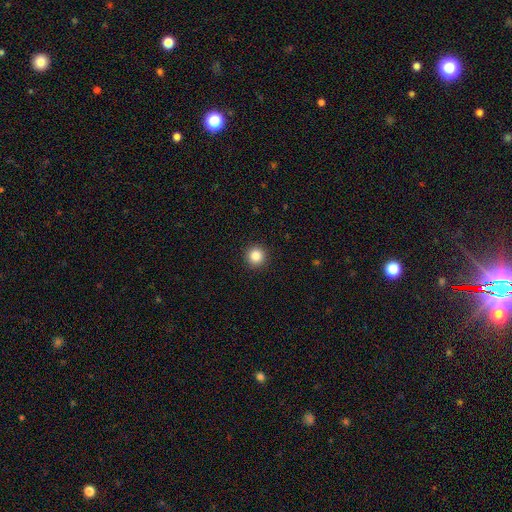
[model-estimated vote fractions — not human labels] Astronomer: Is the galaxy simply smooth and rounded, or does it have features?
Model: smooth — 86%.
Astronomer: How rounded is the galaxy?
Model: round — 96%.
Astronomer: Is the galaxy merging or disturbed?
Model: none — 93%.